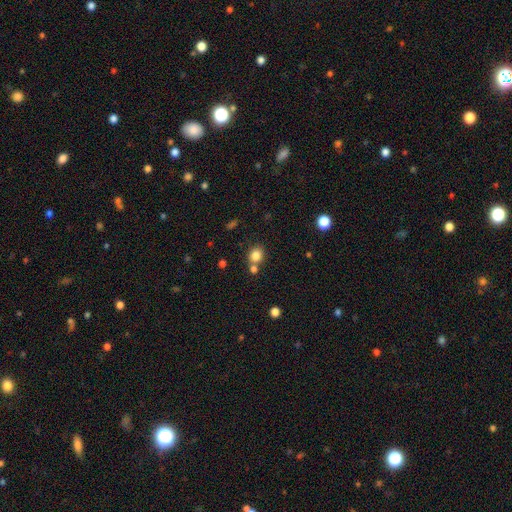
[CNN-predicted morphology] smooth 82%, star or artifact 12%, featured or disk 6%. Down the decision tree: how rounded — round (72%); merging — none (65%).